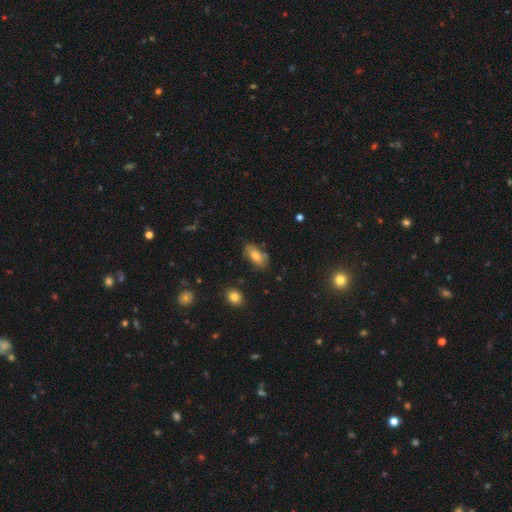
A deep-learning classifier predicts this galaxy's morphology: A smooth galaxy with no disk features (71%) that is in between round and cigar-shaped (90%).

Vote fractions:
- Smooth or featured? smooth: 71% / featured or disk: 19% / star or artifact: 9%
- How rounded? in between: 90% / cigar-shaped: 6% / round: 4%
- Merging? none: 73% / minor disturbance: 18% / merger: 5% / major disturbance: 4%